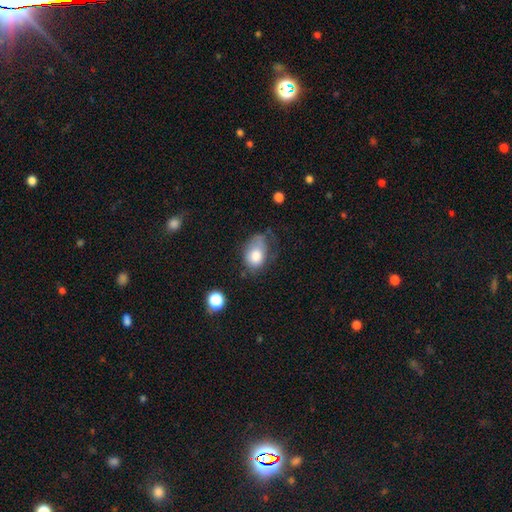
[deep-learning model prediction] This is likely a smooth galaxy (75%). How rounded: likely in between (77%). Merging: marginally minor disturbance (35%).